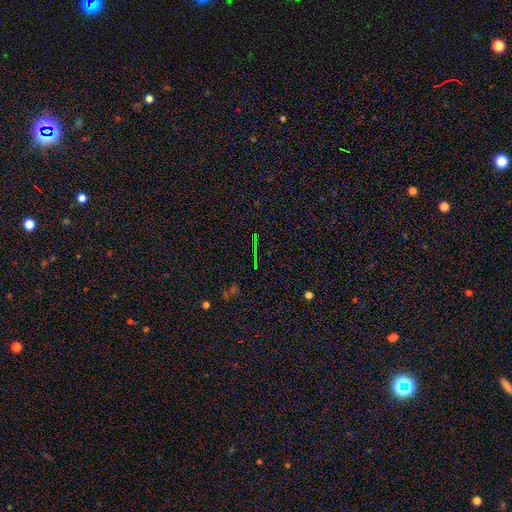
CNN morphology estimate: Smooth or featured? Predicted: star or artifact (p=0.75).